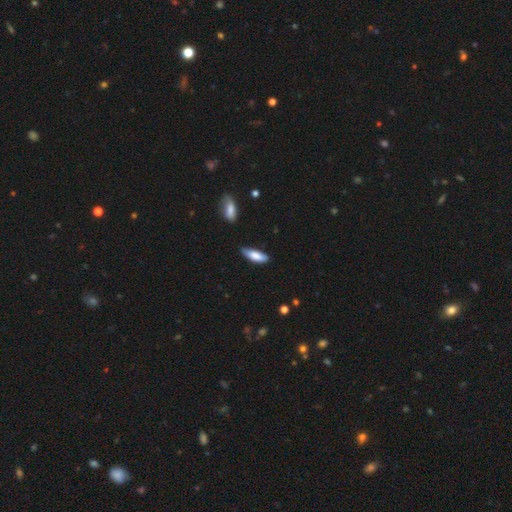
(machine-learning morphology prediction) type=smooth (81%); roundness=in between (64%); merging=none (65%).